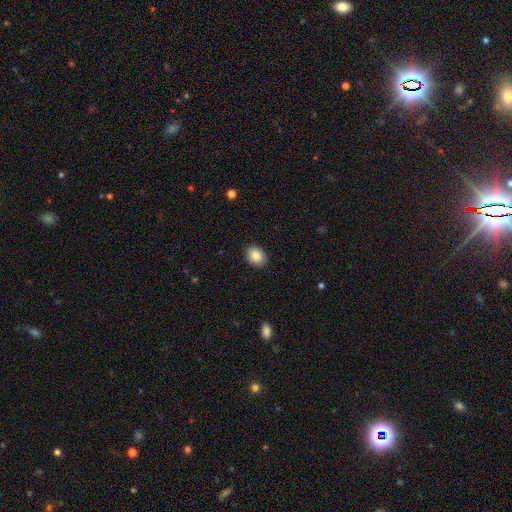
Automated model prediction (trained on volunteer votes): The model was most divided on "how rounded": in between: 62%, round: 38%, cigar-shaped: 1%. More confident: merging — none (89%); smooth or featured — smooth (87%).